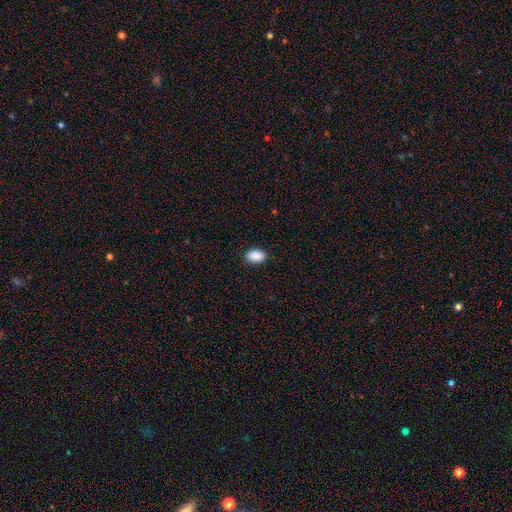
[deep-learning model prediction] The model was most divided on "how rounded": in between: 89%, round: 10%, cigar-shaped: 1%. More confident: smooth or featured — smooth (91%); merging — none (89%).